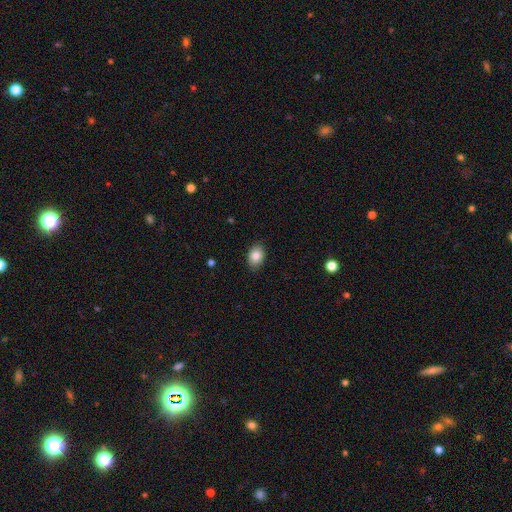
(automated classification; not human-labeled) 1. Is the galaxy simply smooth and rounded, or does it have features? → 85% smooth, 8% star or artifact, 6% featured or disk.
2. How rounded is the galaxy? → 73% in between, 26% round, 1% cigar-shaped.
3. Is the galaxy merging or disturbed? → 88% none, 9% minor disturbance, 2% major disturbance, 1% merger.